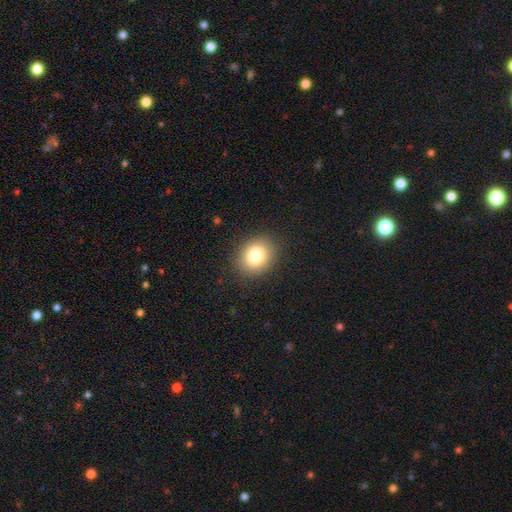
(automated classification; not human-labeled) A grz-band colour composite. It shows a smooth galaxy with no disk features (83%) that is round (58%). Merging: none (88%).